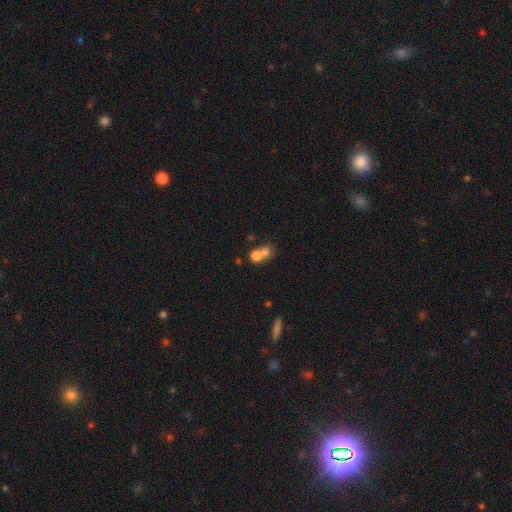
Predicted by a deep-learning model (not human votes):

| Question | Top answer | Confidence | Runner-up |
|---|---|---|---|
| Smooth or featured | smooth | 74% | featured or disk (13%) |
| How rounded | round | 74% | in between (24%) |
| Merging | merger | 59% | none (31%) |